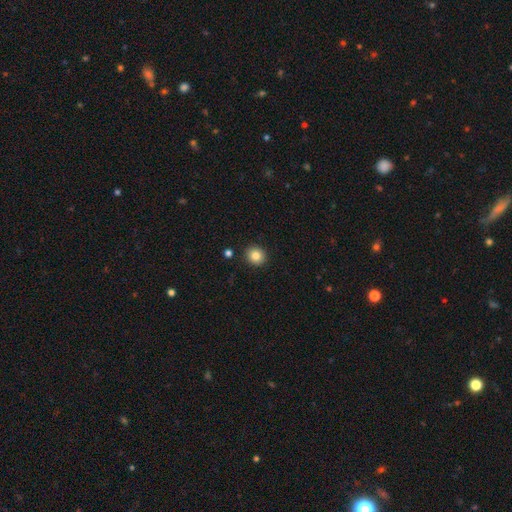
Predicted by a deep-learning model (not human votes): Smooth or featured? smooth (84%)
How rounded? round (85%)
Merging? none (91%)